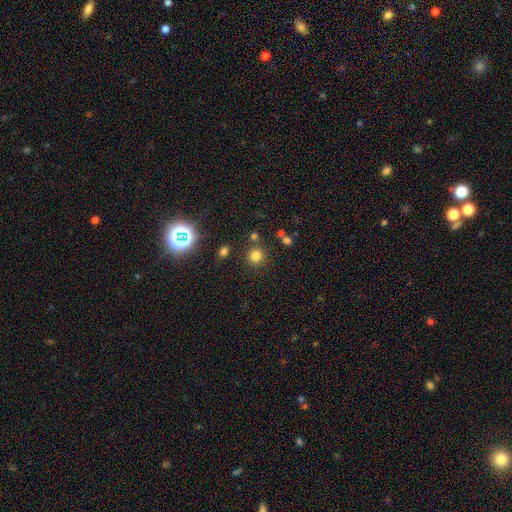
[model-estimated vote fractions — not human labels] Morphology: type=smooth (73%); roundness=round (92%); merging=none (80%).